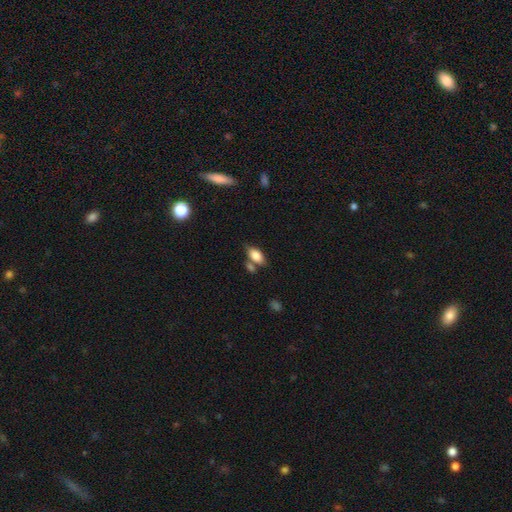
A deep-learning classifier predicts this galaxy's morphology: smooth-or-featured: smooth: 81% | featured or disk: 11% | star or artifact: 8%
  how-rounded: in between: 89% | cigar-shaped: 6% | round: 5%
  merging: none: 58% | merger: 20% | minor disturbance: 16% | major disturbance: 5%